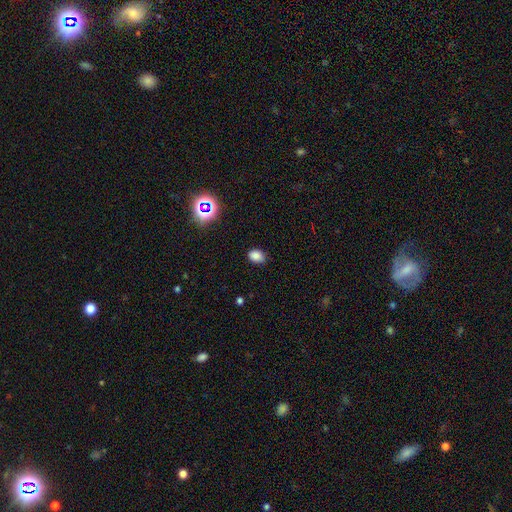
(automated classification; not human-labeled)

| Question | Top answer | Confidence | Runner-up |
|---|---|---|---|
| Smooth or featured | smooth | 81% | star or artifact (14%) |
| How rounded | in between | 71% | round (27%) |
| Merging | none | 83% | minor disturbance (13%) |